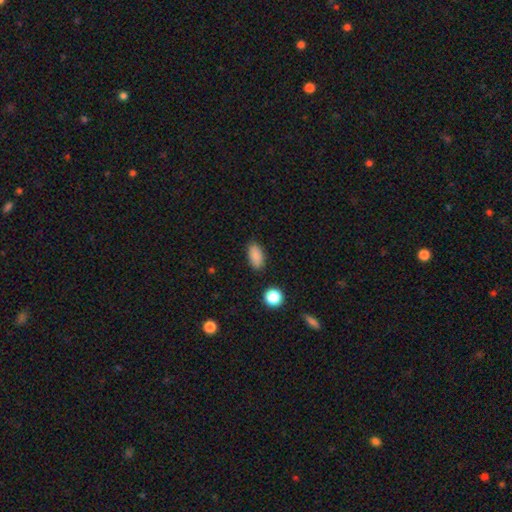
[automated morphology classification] A smooth galaxy with no disk features (87%) that is in between round and cigar-shaped (90%). Merging: none (84%).